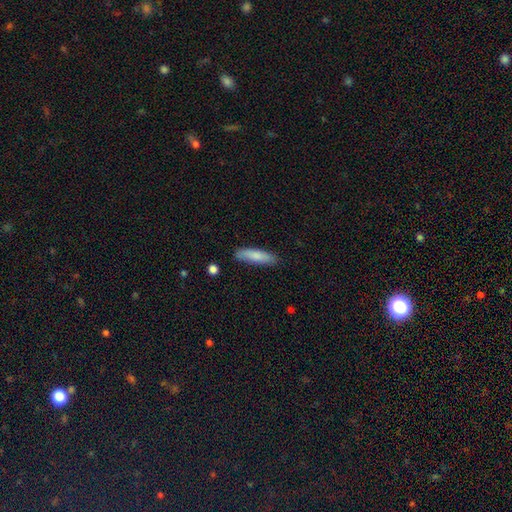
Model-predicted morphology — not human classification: Smooth or featured? Predicted: smooth (p=0.80). How rounded? Predicted: cigar-shaped (p=0.70). Merging? Predicted: none (p=0.83).